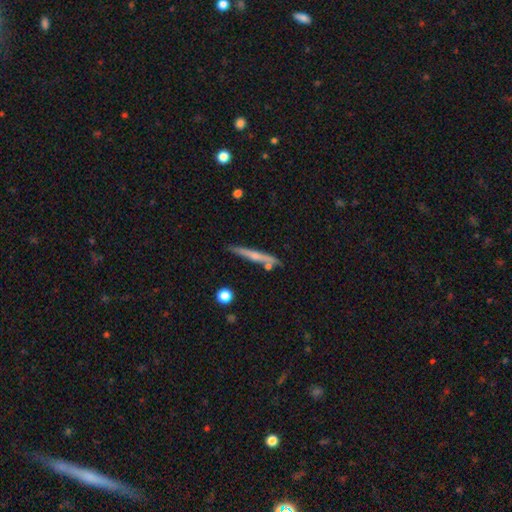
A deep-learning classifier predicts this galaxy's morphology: A featured or disk galaxy (51%) viewed edge-on (96%).

Vote fractions:
- Smooth or featured? featured or disk: 51% / smooth: 43% / star or artifact: 7%
- Edge-on disk? yes: 96% / no: 4%
- Merging? none: 78% / minor disturbance: 12% / merger: 7% / major disturbance: 2%